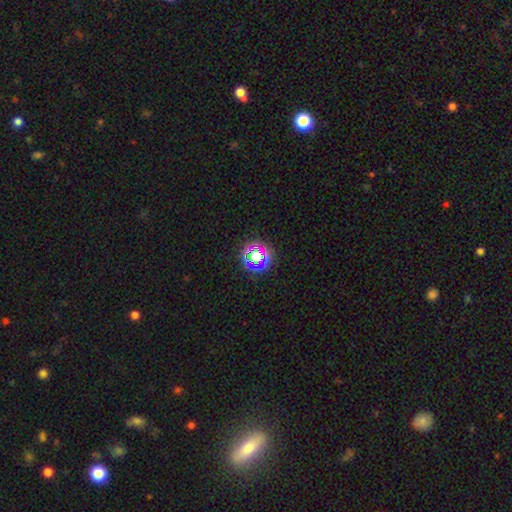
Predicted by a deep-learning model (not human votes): Morphology: type=star or artifact (57%).